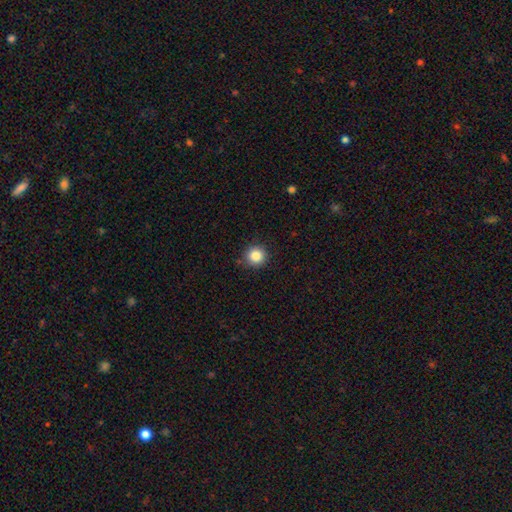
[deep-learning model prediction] The model was most divided on "smooth or featured": smooth: 86%, star or artifact: 10%, featured or disk: 4%. More confident: how rounded — round (94%); merging — none (88%).